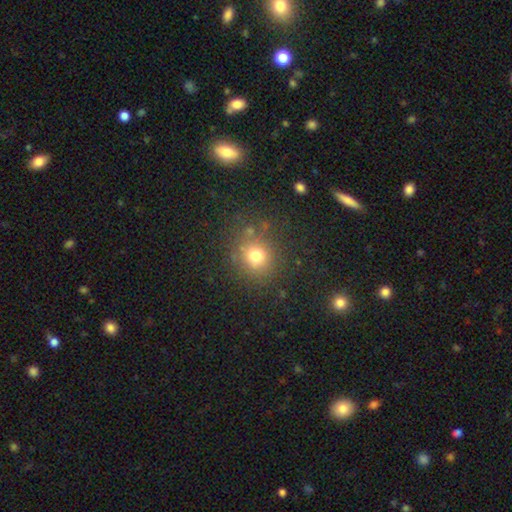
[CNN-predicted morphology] A smooth galaxy with no disk features (72%) that is round (86%). Merging: none (80%).